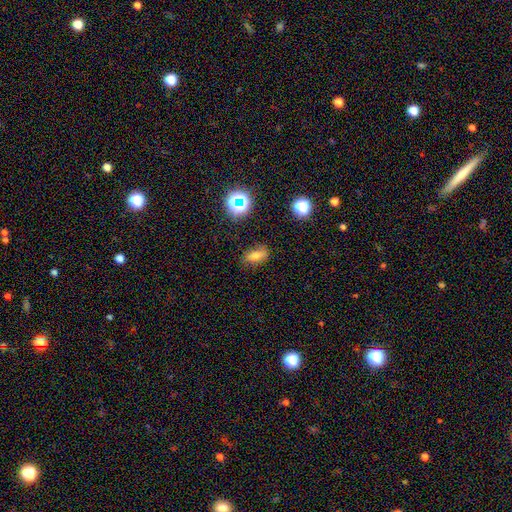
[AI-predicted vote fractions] This is likely a smooth galaxy (62%). How rounded: clearly in between (80%). Merging: likely none (76%).